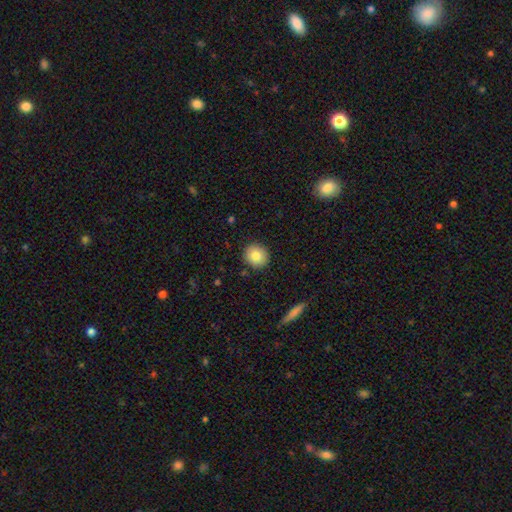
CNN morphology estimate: Smooth or featured?
  - smooth: 82% *
  - featured or disk: 10%
  - star or artifact: 9%
How rounded?
  - round: 87% *
  - in between: 12%
  - cigar-shaped: 1%
Merging?
  - none: 90% *
  - minor disturbance: 7%
  - major disturbance: 2%
  - merger: 1%